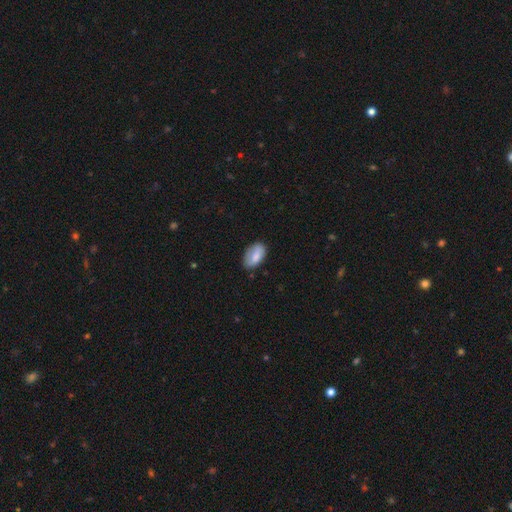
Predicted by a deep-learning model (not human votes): smooth-or-featured: smooth: 77% | featured or disk: 16% | star or artifact: 7%
  how-rounded: in between: 93% | round: 5% | cigar-shaped: 2%
  merging: none: 71% | minor disturbance: 23% | major disturbance: 5% | merger: 1%